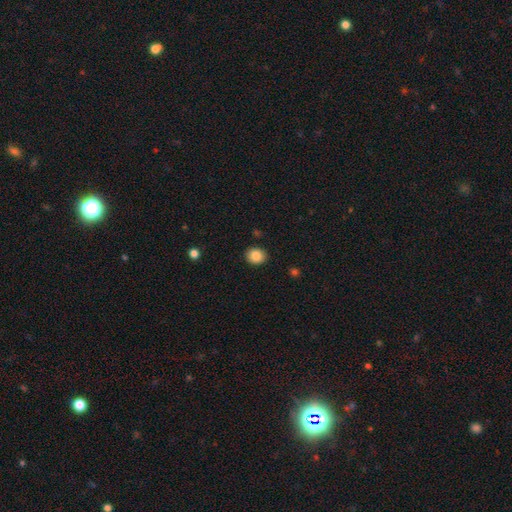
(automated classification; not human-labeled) Smooth or featured? smooth (86%)
How rounded? round (69%)
Merging? none (89%)